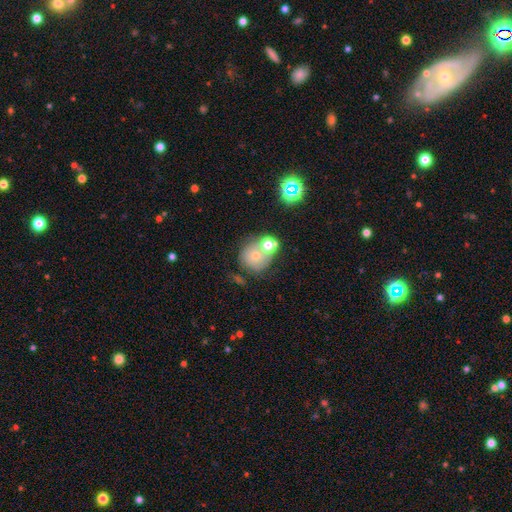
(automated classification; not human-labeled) A smooth galaxy with no disk features (63%) that is round (83%).

Vote fractions:
- Smooth or featured? smooth: 63% / featured or disk: 23% / star or artifact: 14%
- How rounded? round: 83% / in between: 16% / cigar-shaped: 1%
- Merging? none: 43% / merger: 35% / minor disturbance: 14% / major disturbance: 8%